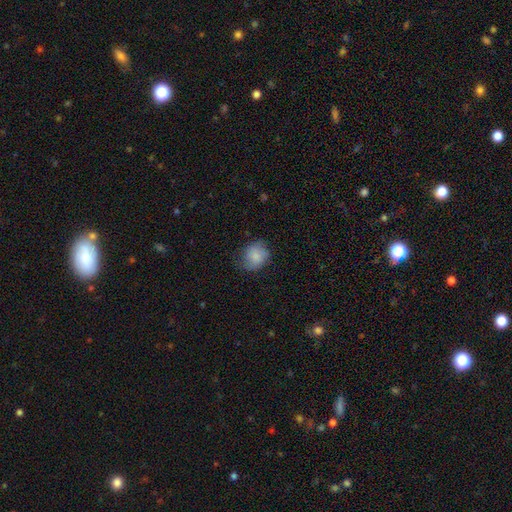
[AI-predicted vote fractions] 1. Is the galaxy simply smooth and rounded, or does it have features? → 82% smooth, 11% featured or disk, 8% star or artifact.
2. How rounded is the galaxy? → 66% round, 33% in between, 1% cigar-shaped.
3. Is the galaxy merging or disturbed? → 65% none, 25% minor disturbance, 8% major disturbance, 1% merger.